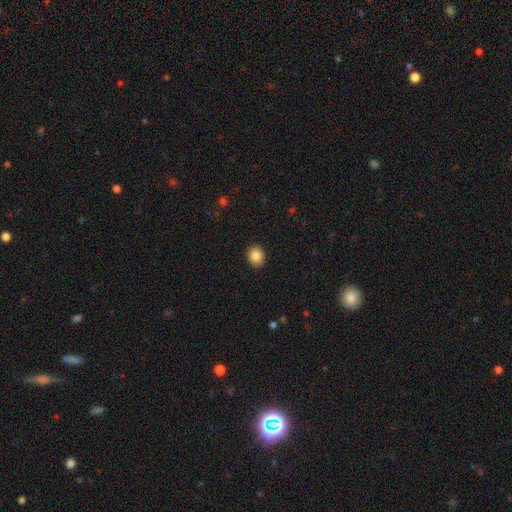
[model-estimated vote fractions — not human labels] Smooth or featured? Predicted: smooth (p=0.86). How rounded? Predicted: round (p=0.58). Merging? Predicted: none (p=0.90).